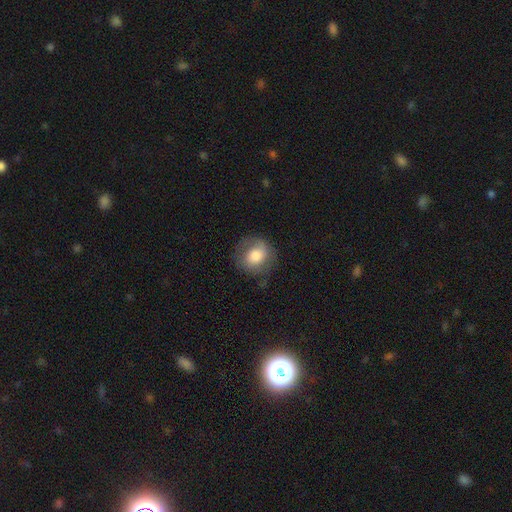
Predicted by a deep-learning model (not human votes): Q: Smooth or featured?
A: smooth (71%); runner-up: featured or disk (21%)
Q: How rounded?
A: round (81%); runner-up: in between (18%)
Q: Merging?
A: none (69%); runner-up: minor disturbance (20%)